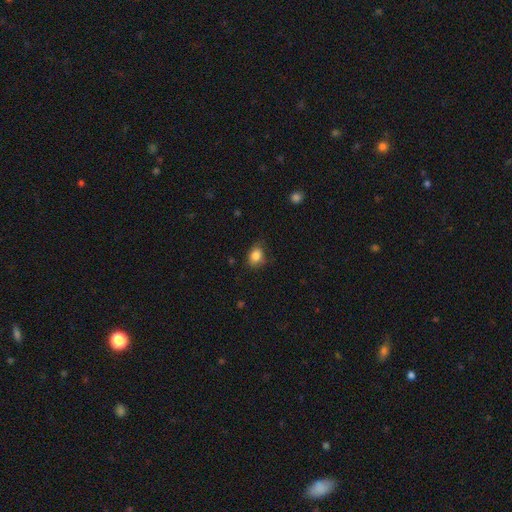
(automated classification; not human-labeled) Morphology: type=smooth (84%); roundness=in between (60%); merging=none (71%).